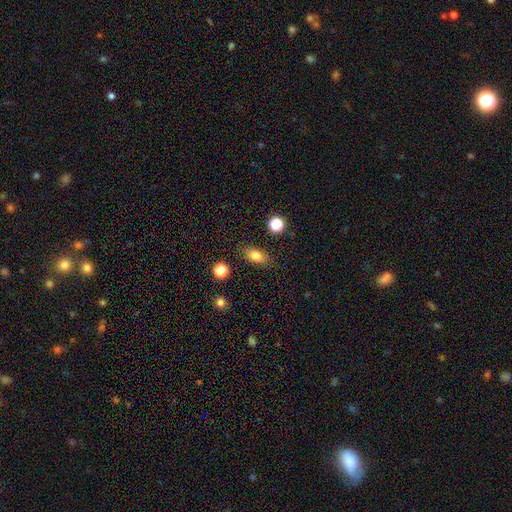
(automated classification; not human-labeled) A smooth galaxy with no disk features (78%) that is in between round and cigar-shaped (80%).

Vote fractions:
- Smooth or featured? smooth: 78% / featured or disk: 11% / star or artifact: 11%
- How rounded? in between: 80% / round: 10% / cigar-shaped: 10%
- Merging? none: 85% / minor disturbance: 10% / major disturbance: 3% / merger: 2%